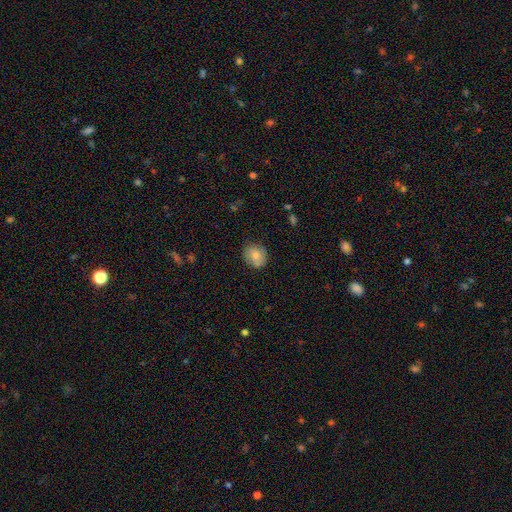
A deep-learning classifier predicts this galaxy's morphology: Smooth or featured: smooth — 76% (featured or disk — 16%)
How rounded: round — 73% (in between — 26%)
Merging: none — 80% (minor disturbance — 15%)